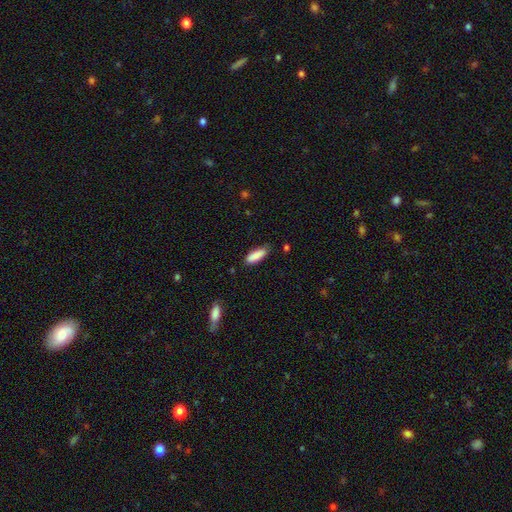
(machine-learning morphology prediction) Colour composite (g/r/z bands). It shows a smooth galaxy with no disk features (89%) that is in between round and cigar-shaped (58%). Merging: none (80%).